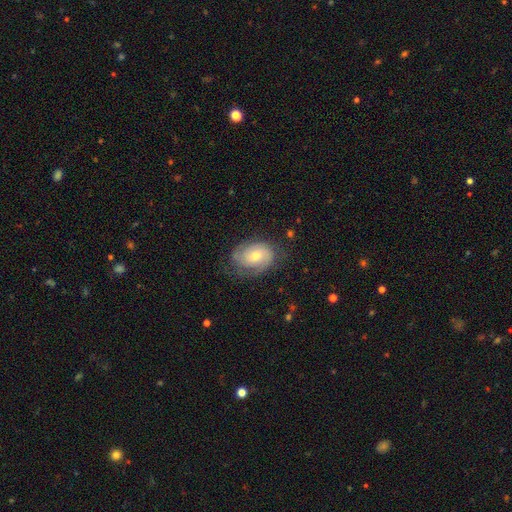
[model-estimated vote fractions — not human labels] This appears to be a featured or disk galaxy (67%) with no bar (66%), 2 (50%) tight (53%) spiral arms (89%) and a moderate central bulge (54%). Merging: none (68%).